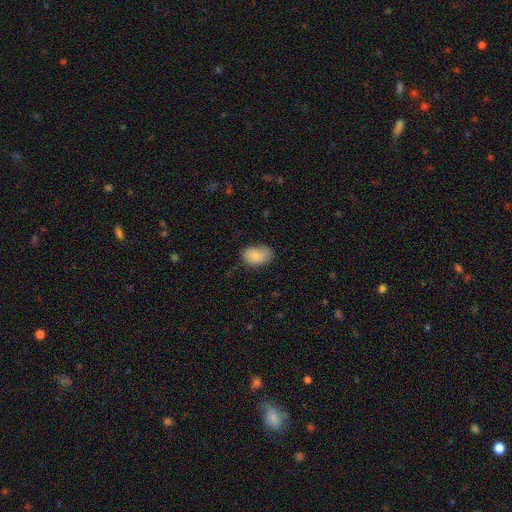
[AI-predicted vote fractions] A smooth galaxy with no disk features (84%) that is in between round and cigar-shaped (88%).

Vote fractions:
- Smooth or featured? smooth: 84% / featured or disk: 8% / star or artifact: 8%
- How rounded? in between: 88% / round: 11% / cigar-shaped: 1%
- Merging? none: 66% / minor disturbance: 27% / major disturbance: 6% / merger: 2%